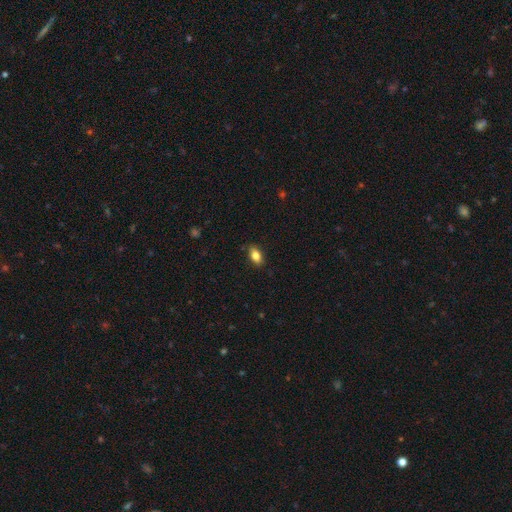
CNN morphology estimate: The model was most divided on "smooth or featured": smooth: 83%, featured or disk: 9%, star or artifact: 8%. More confident: how rounded — in between (88%); merging — none (86%).